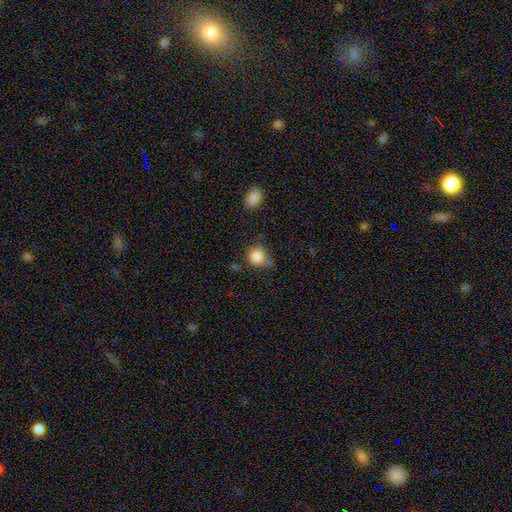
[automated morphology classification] This is clearly a smooth galaxy (86%). How rounded: clearly round (89%). Merging: likely none (69%).